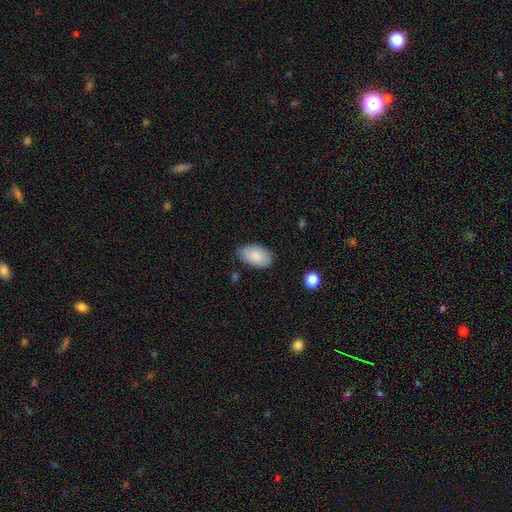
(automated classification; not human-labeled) The model was most divided on "merging": none: 79%, minor disturbance: 16%, major disturbance: 3%, merger: 2%. More confident: how rounded — in between (94%); smooth or featured — smooth (86%).